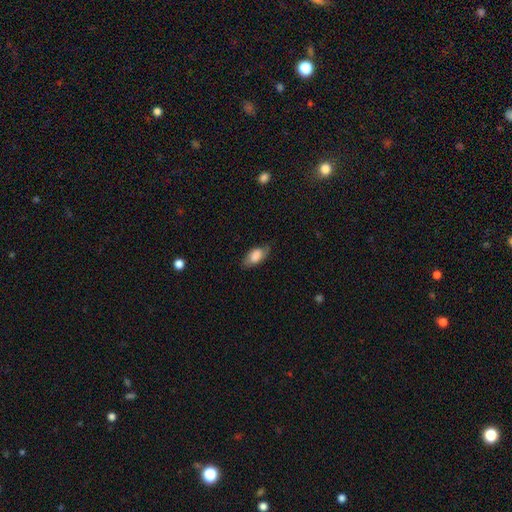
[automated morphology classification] smooth-or-featured: smooth: 76% | featured or disk: 18% | star or artifact: 7%
  how-rounded: in between: 90% | cigar-shaped: 7% | round: 4%
  merging: none: 73% | minor disturbance: 20% | major disturbance: 5% | merger: 1%